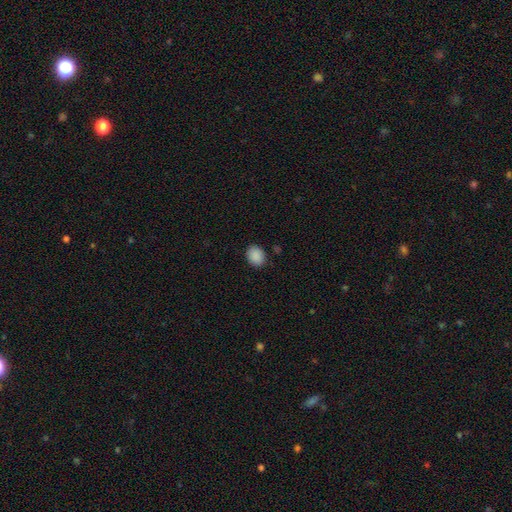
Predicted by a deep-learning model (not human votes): A smooth galaxy with no disk features (89%) that is in between round and cigar-shaped (54%). Merging: none (86%).